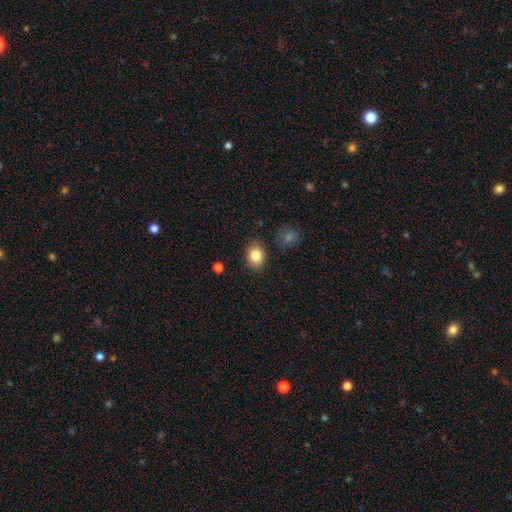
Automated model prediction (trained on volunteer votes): smooth 84%, star or artifact 9%, featured or disk 7%. Down the decision tree: how rounded — in between (55%); merging — none (85%).